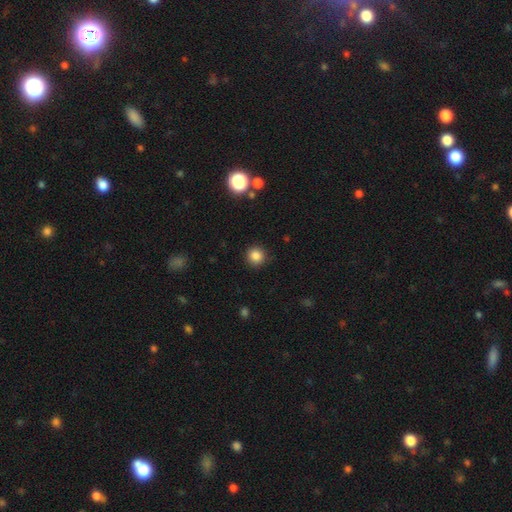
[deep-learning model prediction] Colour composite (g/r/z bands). It shows a smooth galaxy with no disk features (84%) that is round (94%). Merging: none (90%).